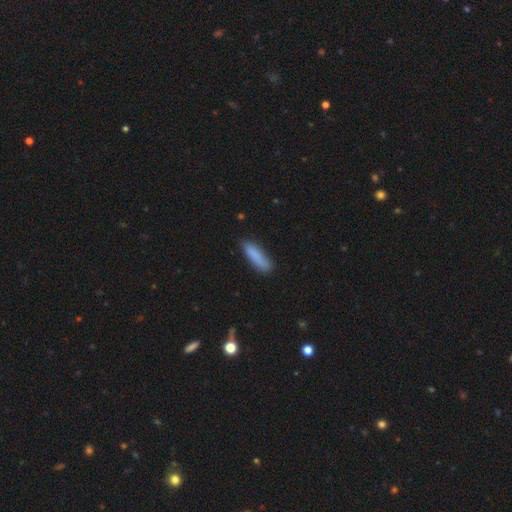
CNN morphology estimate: A smooth galaxy with no disk features (87%) that is cigar-shaped (70%). Merging: none (80%).